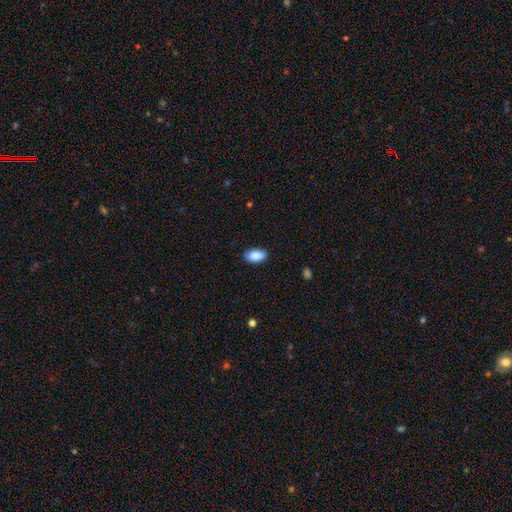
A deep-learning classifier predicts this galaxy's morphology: Smooth or featured: smooth — 90% (star or artifact — 7%)
How rounded: in between — 94% (round — 4%)
Merging: none — 87% (minor disturbance — 10%)